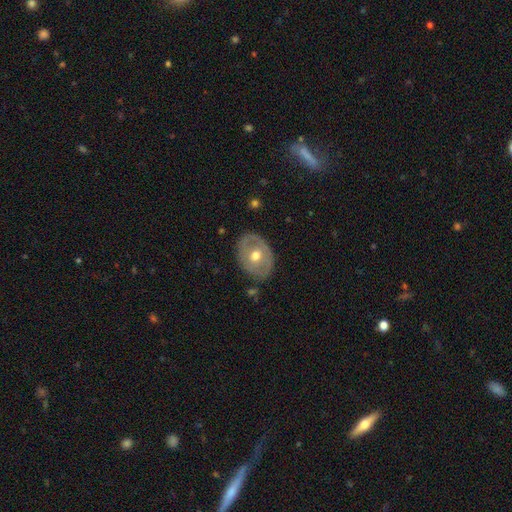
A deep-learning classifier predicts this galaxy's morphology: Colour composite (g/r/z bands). It shows a featured or disk galaxy (53%). Merging: none (77%).